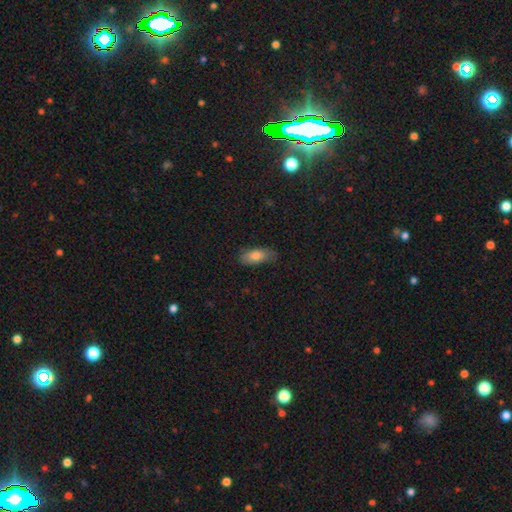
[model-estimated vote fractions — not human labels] This appears to be a smooth galaxy with no disk features (79%) that is in between round and cigar-shaped (84%). Merging: none (70%).